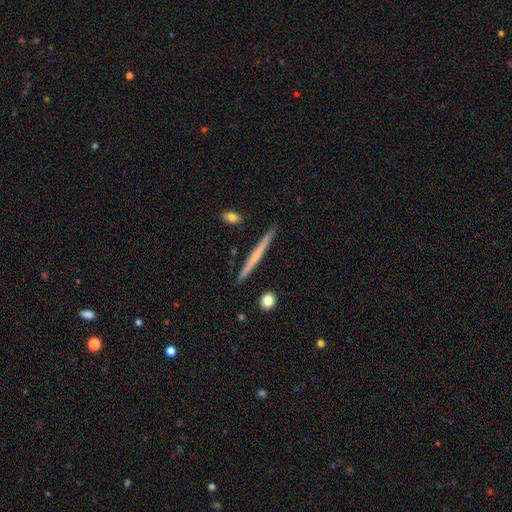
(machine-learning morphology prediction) Q: Smooth or featured?
A: featured or disk (53%); runner-up: smooth (41%)
Q: Edge-on disk?
A: yes (98%); runner-up: no (2%)
Q: Edge-on bulge?
A: none (68%); runner-up: rounded (28%)
Q: Merging?
A: none (91%); runner-up: minor disturbance (6%)